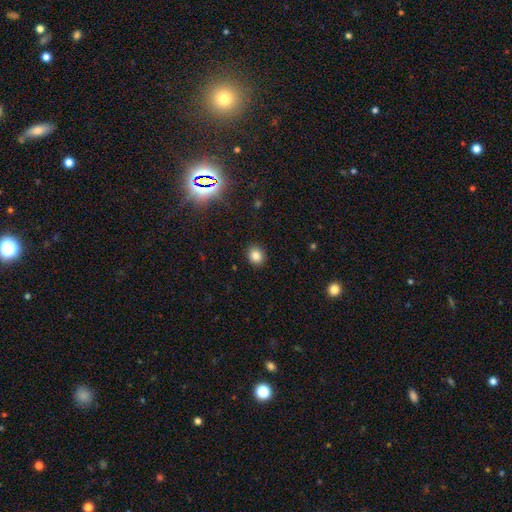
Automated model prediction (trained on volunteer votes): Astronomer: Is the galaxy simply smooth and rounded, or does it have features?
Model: smooth — 82%.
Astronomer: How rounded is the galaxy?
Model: round — 74%.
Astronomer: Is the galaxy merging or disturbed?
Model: none — 91%.